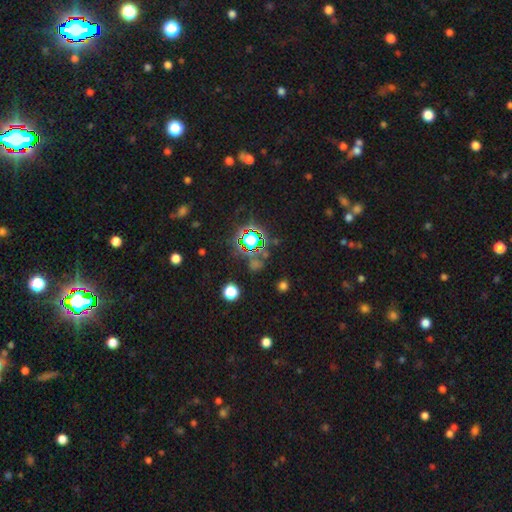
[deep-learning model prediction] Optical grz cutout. It shows a star or artifact, not a galaxy (78%).